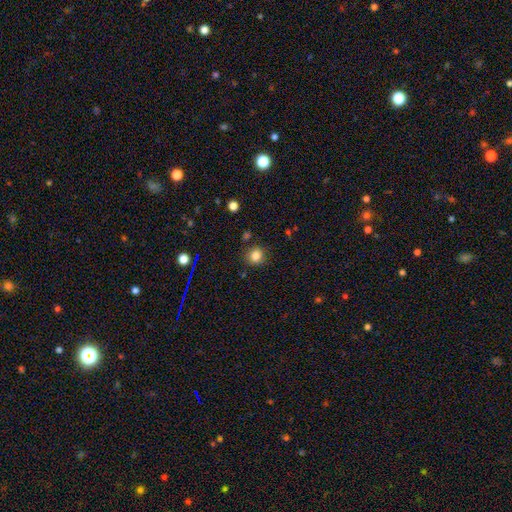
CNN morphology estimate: Smooth or featured? Predicted: smooth (p=0.82). How rounded? Predicted: round (p=0.87). Merging? Predicted: none (p=0.84).